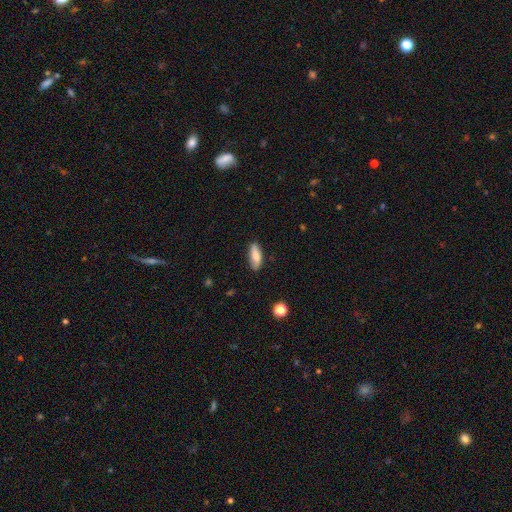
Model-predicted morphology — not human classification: The model was most divided on "how rounded": in between: 69%, cigar-shaped: 28%, round: 3%. More confident: merging — none (82%); smooth or featured — smooth (75%).